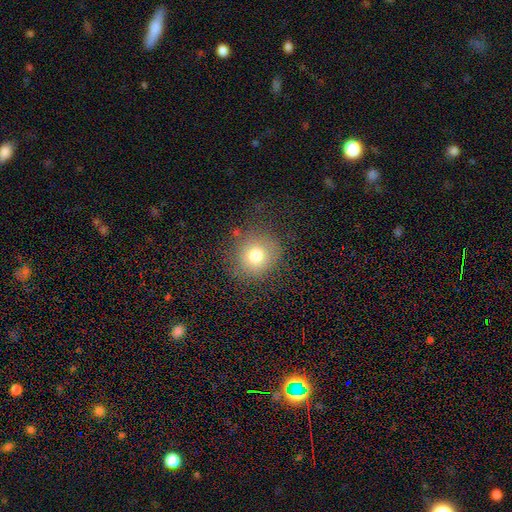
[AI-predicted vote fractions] Smooth or featured: smooth — 74% (star or artifact — 15%)
How rounded: round — 88% (in between — 11%)
Merging: none — 79% (minor disturbance — 13%)